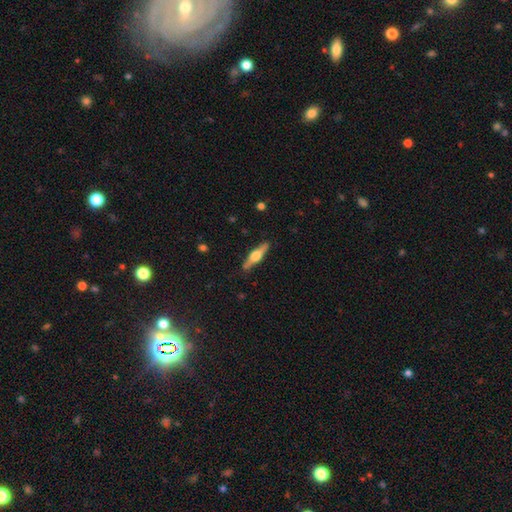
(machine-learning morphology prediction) A featured or disk galaxy (65%) viewed edge-on (96%) with a rounded central bulge (92%).

Vote fractions:
- Smooth or featured? featured or disk: 65% / smooth: 29% / star or artifact: 5%
- Edge-on disk? yes: 96% / no: 4%
- Edge-on bulge? rounded: 92% / boxy: 6% / none: 2%
- Merging? none: 87% / minor disturbance: 9% / major disturbance: 2% / merger: 1%